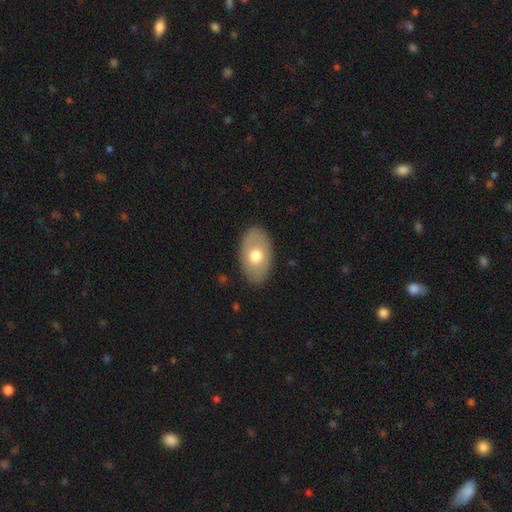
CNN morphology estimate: Smooth or featured?
  - smooth: 64% *
  - featured or disk: 30%
  - star or artifact: 6%
How rounded?
  - in between: 91% *
  - round: 8%
  - cigar-shaped: 1%
Merging?
  - none: 86% *
  - minor disturbance: 10%
  - major disturbance: 3%
  - merger: 1%